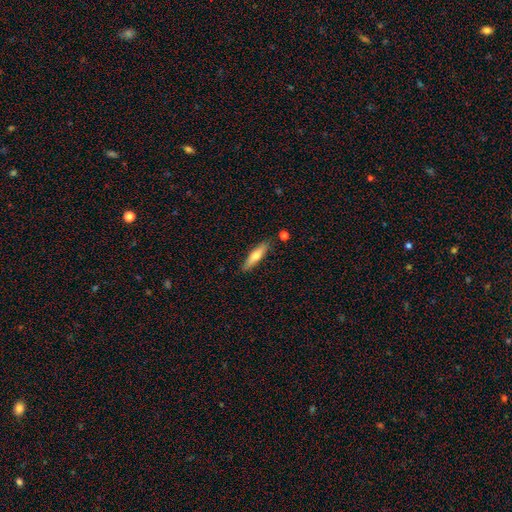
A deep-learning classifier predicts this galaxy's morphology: This is likely a smooth galaxy (64%). How rounded: likely cigar-shaped (76%). Merging: clearly none (84%).